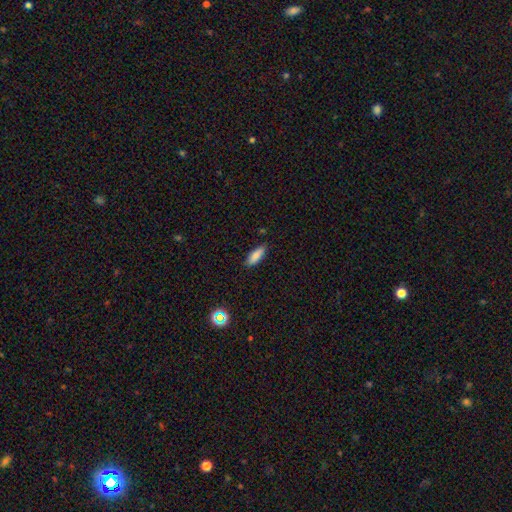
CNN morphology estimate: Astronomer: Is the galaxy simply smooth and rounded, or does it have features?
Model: smooth — 84%.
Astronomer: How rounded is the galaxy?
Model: in between — 65%.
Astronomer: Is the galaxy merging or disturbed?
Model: none — 84%.